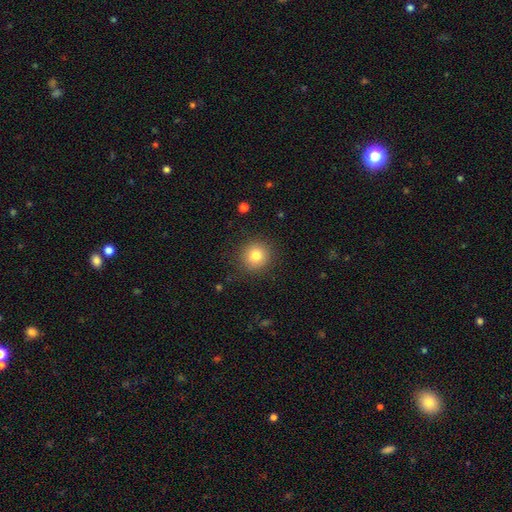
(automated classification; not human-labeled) Smooth or featured? smooth (80%)
How rounded? round (93%)
Merging? none (89%)